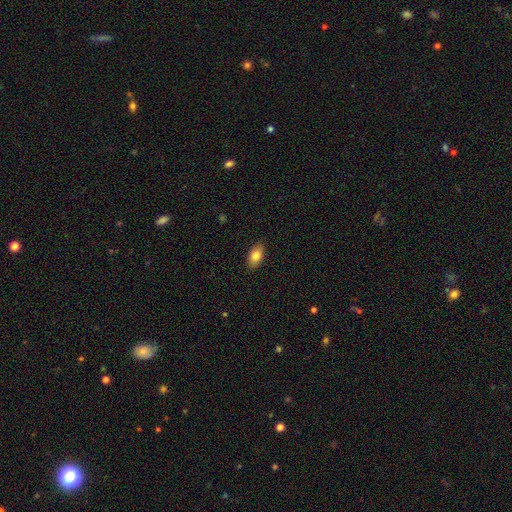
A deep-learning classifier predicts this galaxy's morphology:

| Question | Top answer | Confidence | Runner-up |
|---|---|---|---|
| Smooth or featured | smooth | 79% | featured or disk (13%) |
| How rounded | in between | 90% | round (5%) |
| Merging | none | 88% | minor disturbance (9%) |